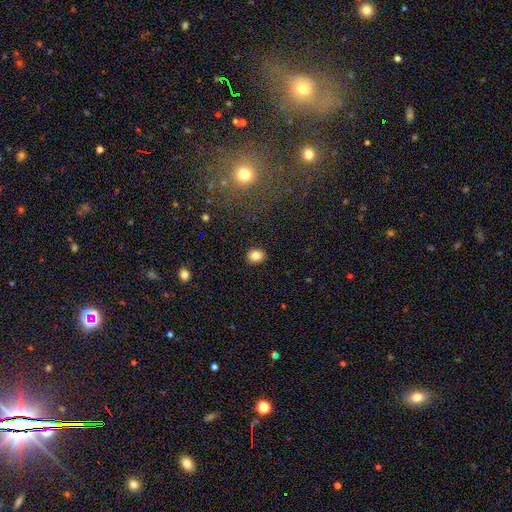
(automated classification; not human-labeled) smooth_or_featured: smooth (p=0.84) [alt: star or artifact p=0.11]
how_rounded: round (p=0.62) [alt: in between p=0.37]
merging: none (p=0.90) [alt: minor disturbance p=0.07]